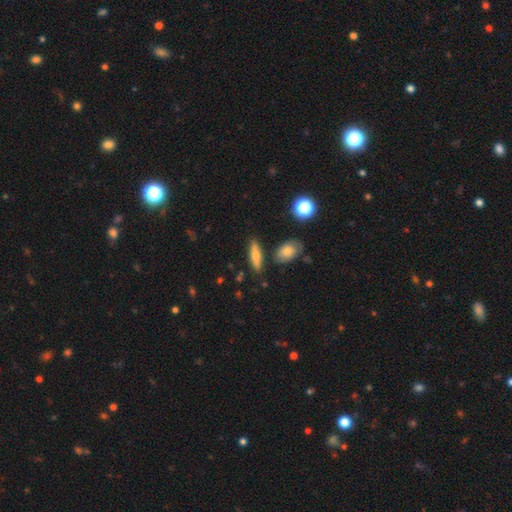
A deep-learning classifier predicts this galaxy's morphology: A smooth galaxy with no disk features (63%) that is cigar-shaped (55%). Merging: none (81%).